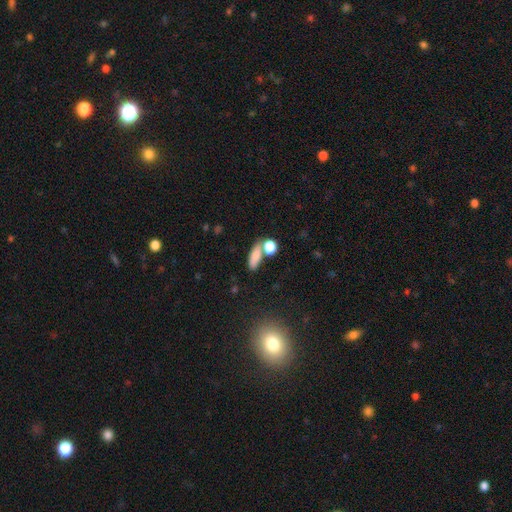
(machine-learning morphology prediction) The model was most divided on "merging": none: 49%, merger: 30%, minor disturbance: 14%, major disturbance: 7%. More confident: smooth or featured — smooth (79%); how rounded — in between (67%).